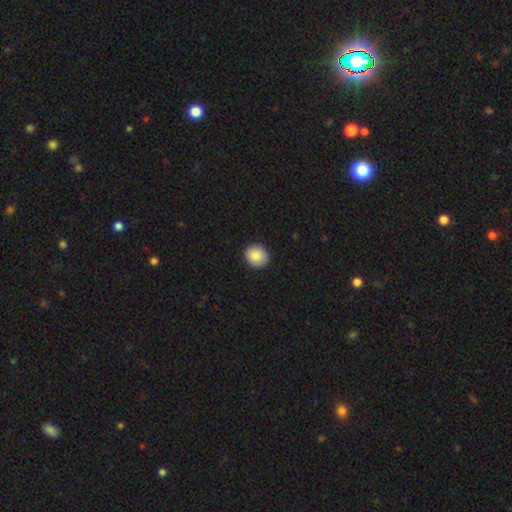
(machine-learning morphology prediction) This is clearly a smooth galaxy (87%). How rounded: likely round (78%). Merging: clearly none (91%).